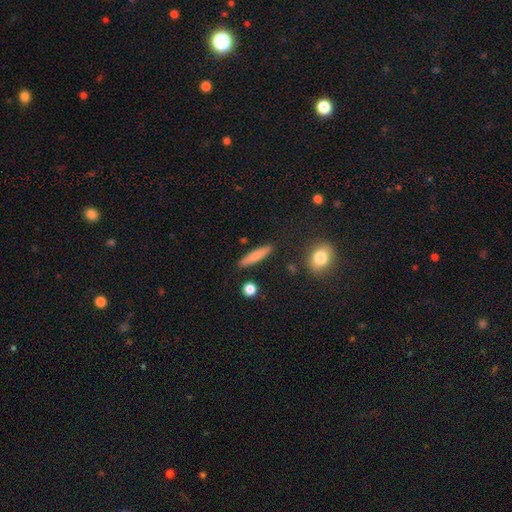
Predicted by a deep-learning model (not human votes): The model was most divided on "smooth or featured": smooth: 75%, featured or disk: 18%, star or artifact: 7%. More confident: merging — none (87%); how rounded — cigar-shaped (82%).